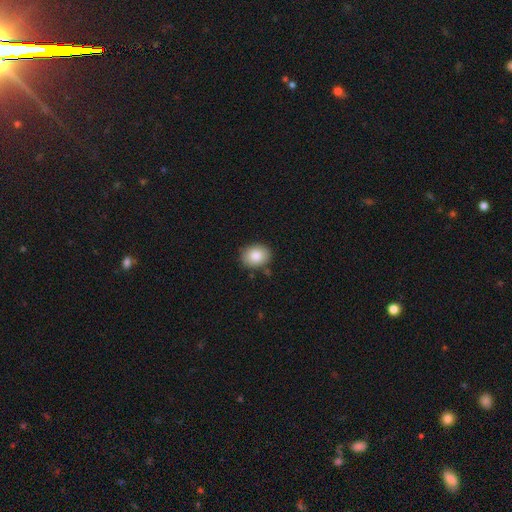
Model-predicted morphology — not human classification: smooth 85%, star or artifact 8%, featured or disk 7%. Down the decision tree: how rounded — in between (59%); merging — none (84%).